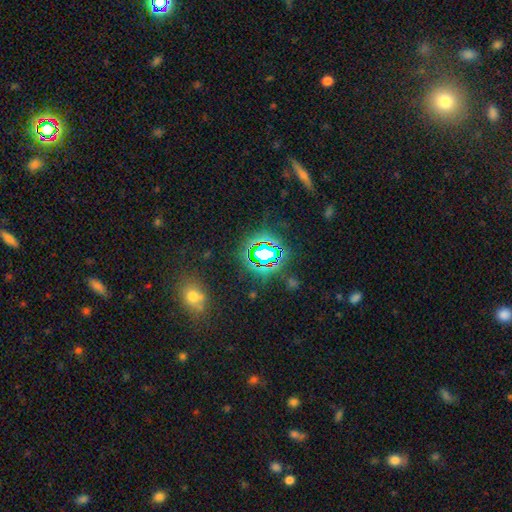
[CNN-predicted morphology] A star or artifact, not a galaxy (75%).